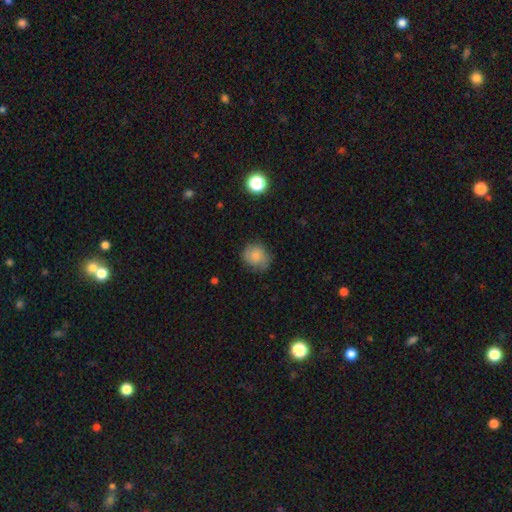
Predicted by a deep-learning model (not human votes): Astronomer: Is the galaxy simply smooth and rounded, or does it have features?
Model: smooth — 74%.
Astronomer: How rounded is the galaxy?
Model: round — 72%.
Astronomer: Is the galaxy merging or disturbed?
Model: none — 67%.